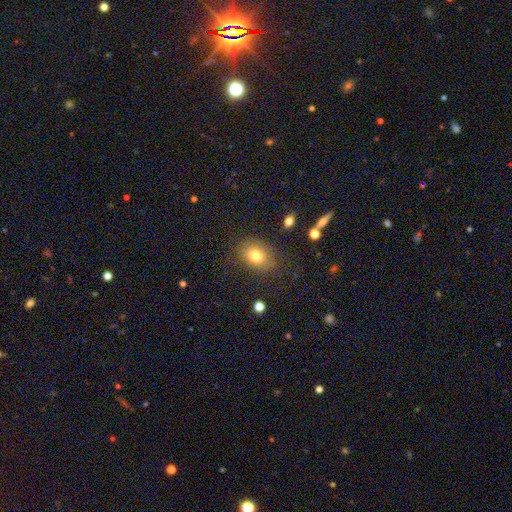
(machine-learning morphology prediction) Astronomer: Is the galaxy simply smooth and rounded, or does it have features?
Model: smooth — 77%.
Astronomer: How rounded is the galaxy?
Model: in between — 60% (runner-up: round, 39%).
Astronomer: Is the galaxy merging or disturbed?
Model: none — 78%.